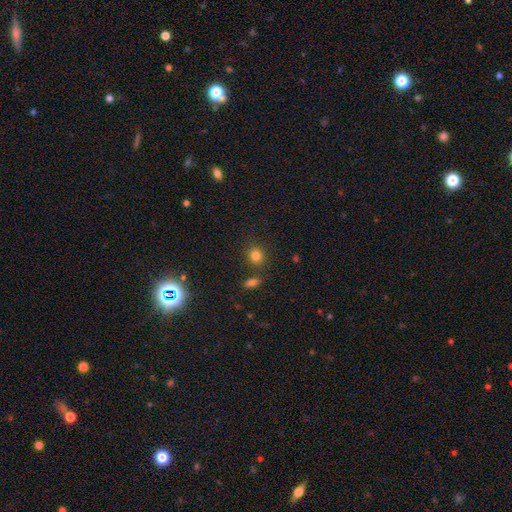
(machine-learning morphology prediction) smooth 80%, star or artifact 14%, featured or disk 6%. Down the decision tree: how rounded — round (76%); merging — none (79%).